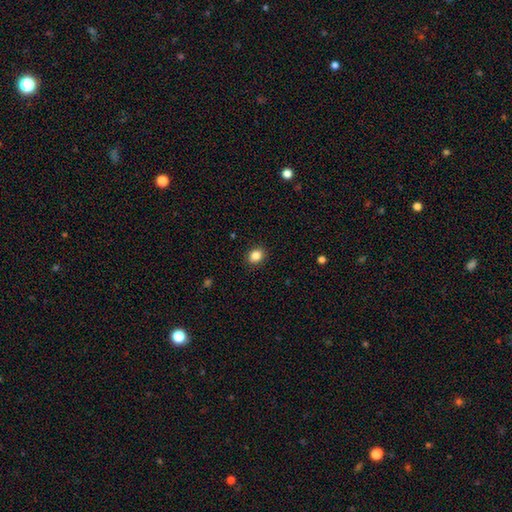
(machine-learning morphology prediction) Overall: smooth (86%). How rounded: round (57%; in between 42%). Merging: none (90%).